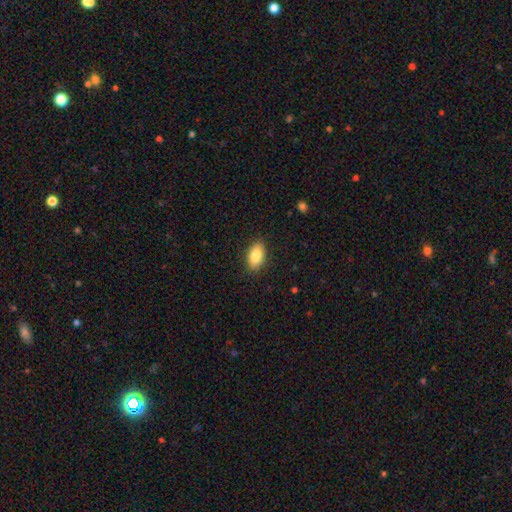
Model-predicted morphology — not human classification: A smooth galaxy with no disk features (84%) that is in between round and cigar-shaped (92%).

Vote fractions:
- Smooth or featured? smooth: 84% / featured or disk: 9% / star or artifact: 7%
- How rounded? in between: 92% / round: 5% / cigar-shaped: 3%
- Merging? none: 88% / minor disturbance: 9% / major disturbance: 2% / merger: 1%